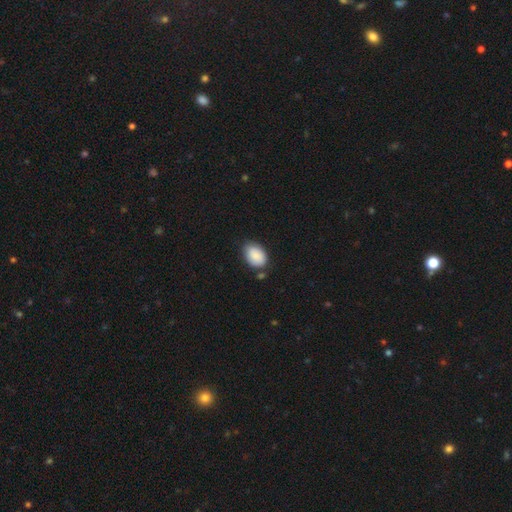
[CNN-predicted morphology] Overall: smooth (88%). How rounded: in between (86%). Merging: none (69%).